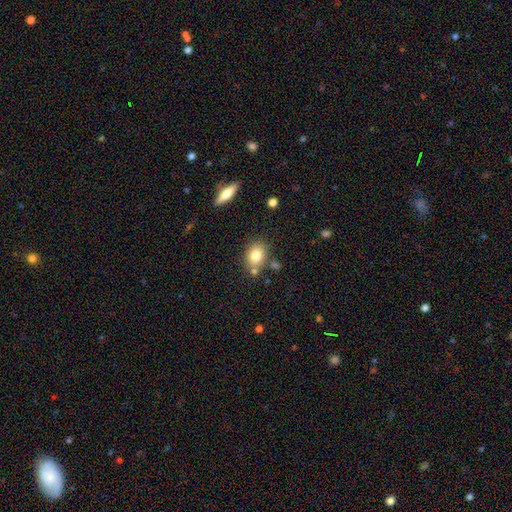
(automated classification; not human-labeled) Overall: smooth (78%). How rounded: in between (54%; round 44%). Merging: none (70%).